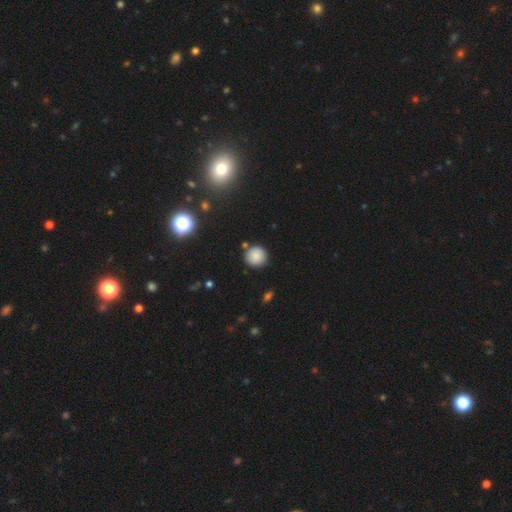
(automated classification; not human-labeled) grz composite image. It shows a smooth galaxy with no disk features (84%) that is round (93%). Merging: none (86%).